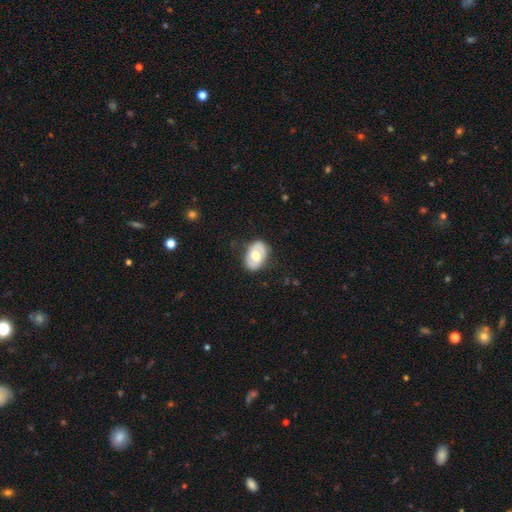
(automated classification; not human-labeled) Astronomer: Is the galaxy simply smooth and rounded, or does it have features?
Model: smooth — 51% (runner-up: featured or disk, 43%).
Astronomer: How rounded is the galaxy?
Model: in between — 84%.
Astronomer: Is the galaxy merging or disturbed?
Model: none — 80%.